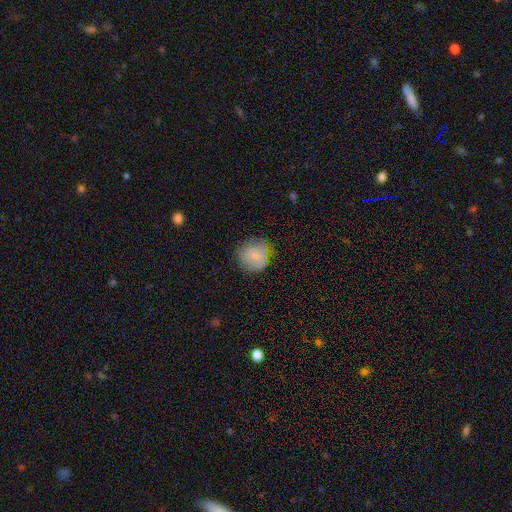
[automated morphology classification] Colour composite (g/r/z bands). It shows a smooth galaxy with no disk features (74%) that is round (89%). Merging: none (67%).